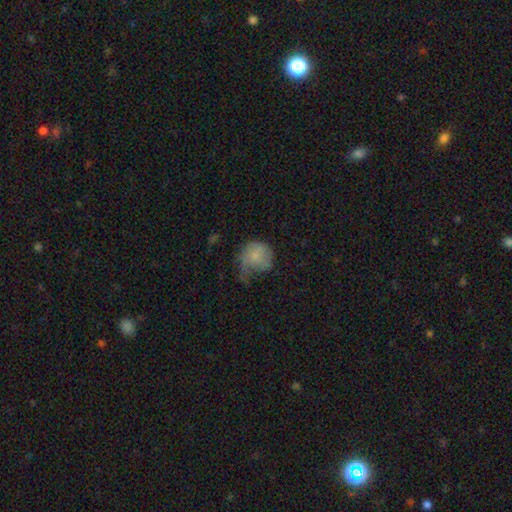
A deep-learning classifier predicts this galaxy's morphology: Smooth or featured? smooth (67%)
How rounded? round (74%)
Merging? major disturbance (39%)